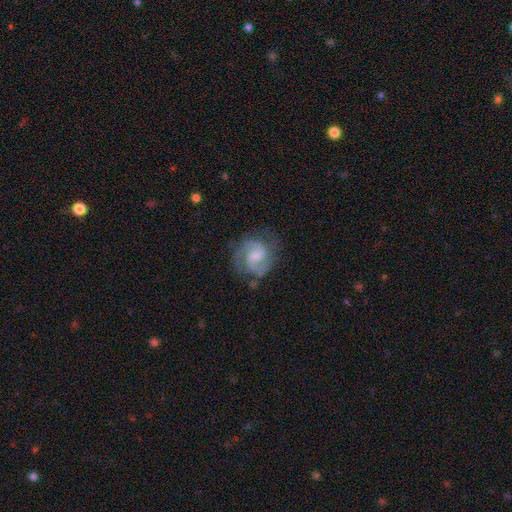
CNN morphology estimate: Q: Smooth or featured?
A: featured or disk (82%); runner-up: smooth (13%)
Q: Edge-on disk?
A: no (98%); runner-up: yes (2%)
Q: Bar?
A: weak (53%); runner-up: no (37%)
Q: Spiral arms?
A: yes (96%); runner-up: no (4%)
Q: Spiral winding?
A: medium (54%); runner-up: tight (31%)
Q: Spiral arm count?
A: 2 (84%); runner-up: can't tell (6%)
Q: Bulge size?
A: moderate (35%); runner-up: small (33%)
Q: Merging?
A: none (71%); runner-up: minor disturbance (18%)